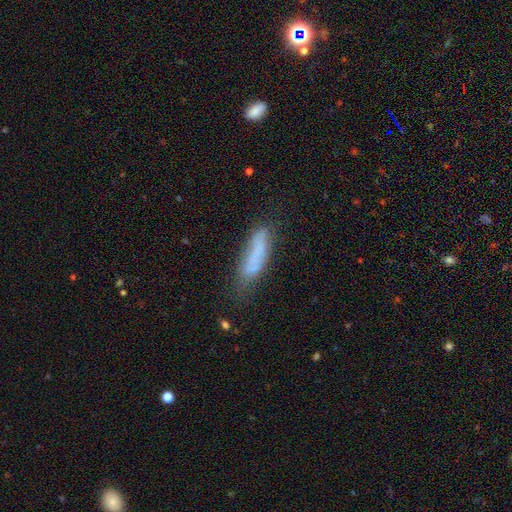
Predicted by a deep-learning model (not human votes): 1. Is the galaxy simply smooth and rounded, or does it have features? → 64% smooth, 26% featured or disk, 10% star or artifact.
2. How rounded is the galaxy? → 70% cigar-shaped, 28% in between, 2% round.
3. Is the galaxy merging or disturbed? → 54% none, 29% minor disturbance, 12% major disturbance, 5% merger.